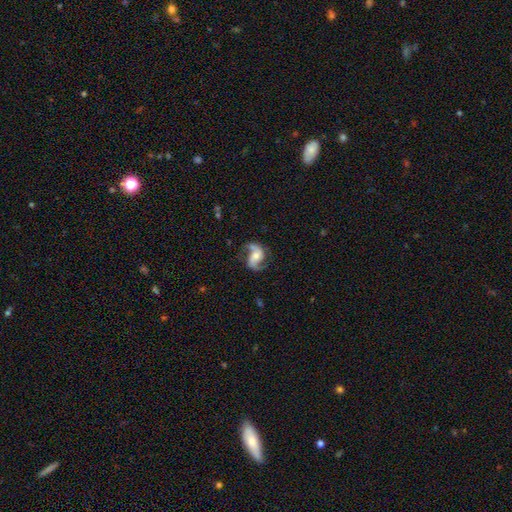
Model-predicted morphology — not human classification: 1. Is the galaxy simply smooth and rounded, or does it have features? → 85% featured or disk, 9% smooth, 6% star or artifact.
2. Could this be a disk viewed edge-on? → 98% no, 2% yes.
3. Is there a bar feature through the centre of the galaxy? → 48% no, 35% weak, 17% strong.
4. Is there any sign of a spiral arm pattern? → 96% yes, 4% no.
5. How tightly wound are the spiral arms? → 45% medium, 43% loose, 12% tight.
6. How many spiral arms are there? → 91% 2, 3% 1, 2% can't tell, 1% 3, 1% 4, 1% more than 4.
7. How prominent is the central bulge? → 51% moderate, 32% small, 9% large, 6% none, 2% dominant.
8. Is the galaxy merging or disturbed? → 69% none, 17% minor disturbance, 11% major disturbance, 3% merger.